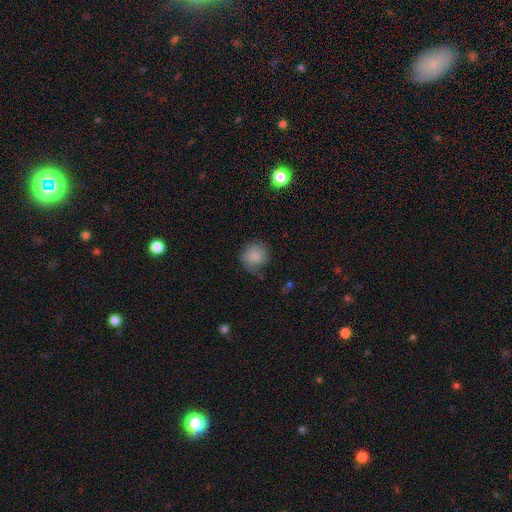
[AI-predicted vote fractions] Smooth or featured?
  - smooth: 82% *
  - featured or disk: 10%
  - star or artifact: 9%
How rounded?
  - round: 86% *
  - in between: 13%
  - cigar-shaped: 1%
Merging?
  - none: 65% *
  - minor disturbance: 25%
  - major disturbance: 8%
  - merger: 2%